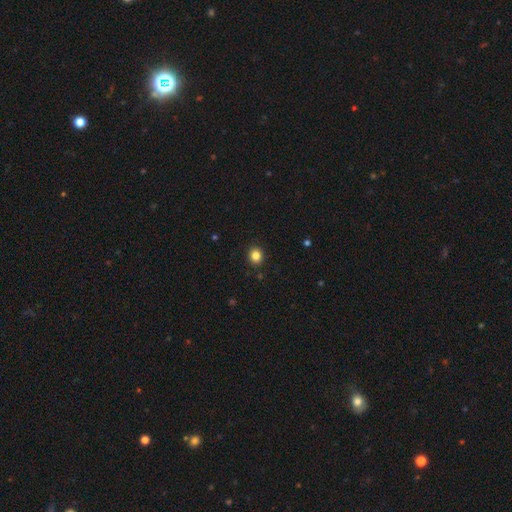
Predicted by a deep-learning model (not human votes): The model was most divided on "how rounded": round: 74%, in between: 26%, cigar-shaped: 1%. More confident: merging — none (91%); smooth or featured — smooth (84%).